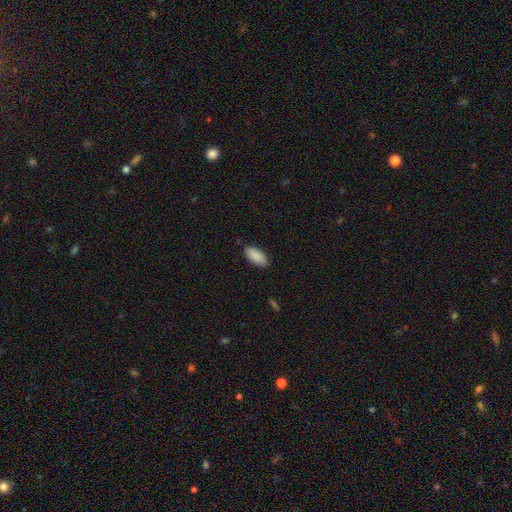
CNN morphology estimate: Smooth or featured: smooth — 90% (star or artifact — 6%)
How rounded: in between — 90% (cigar-shaped — 8%)
Merging: none — 86% (minor disturbance — 10%)